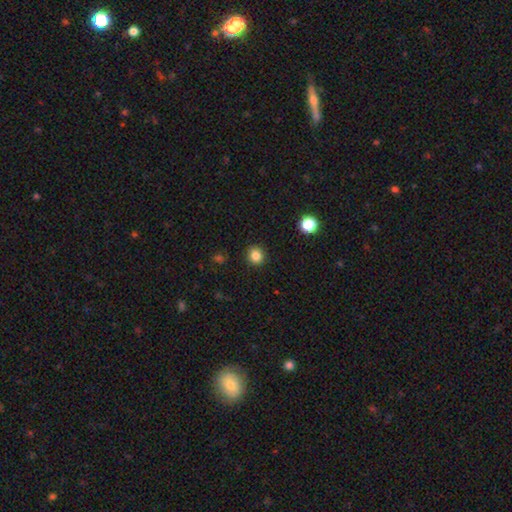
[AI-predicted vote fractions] A smooth galaxy with no disk features (84%) that is round (89%).

Vote fractions:
- Smooth or featured? smooth: 84% / star or artifact: 12% / featured or disk: 4%
- How rounded? round: 89% / in between: 10% / cigar-shaped: 1%
- Merging? none: 92% / minor disturbance: 5% / major disturbance: 2% / merger: 1%